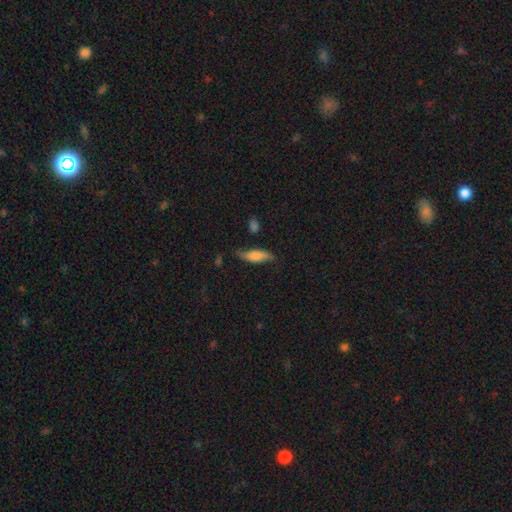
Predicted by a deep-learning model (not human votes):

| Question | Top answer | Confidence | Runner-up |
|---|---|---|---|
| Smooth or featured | smooth | 63% | featured or disk (30%) |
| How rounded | in between | 54% | cigar-shaped (43%) |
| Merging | none | 63% | minor disturbance (27%) |